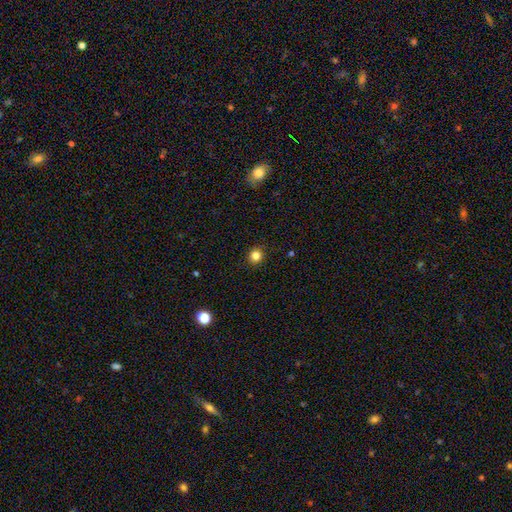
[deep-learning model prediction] Smooth or featured? smooth (84%)
How rounded? round (87%)
Merging? none (91%)